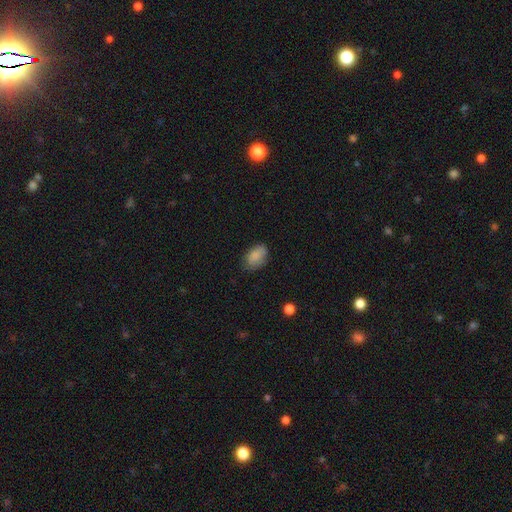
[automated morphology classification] This appears to be a smooth galaxy with no disk features (86%) that is in between round and cigar-shaped (88%). Merging: none (73%).